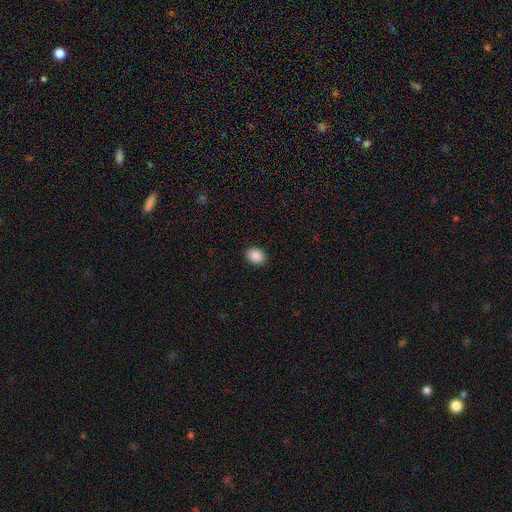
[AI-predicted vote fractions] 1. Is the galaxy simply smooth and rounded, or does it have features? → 89% smooth, 8% star or artifact, 2% featured or disk.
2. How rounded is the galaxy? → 55% in between, 44% round, 1% cigar-shaped.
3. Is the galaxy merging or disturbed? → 91% none, 6% minor disturbance, 2% major disturbance, 1% merger.